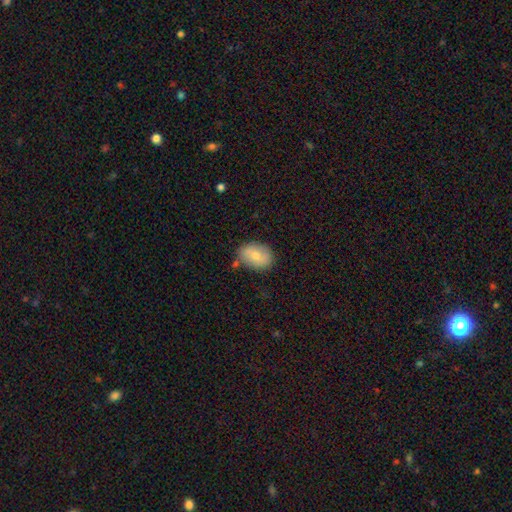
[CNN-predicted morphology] smooth_or_featured: smooth (p=0.72) [alt: featured or disk p=0.21]
how_rounded: in between (p=0.76) [alt: round p=0.23]
merging: none (p=0.76) [alt: minor disturbance p=0.16]